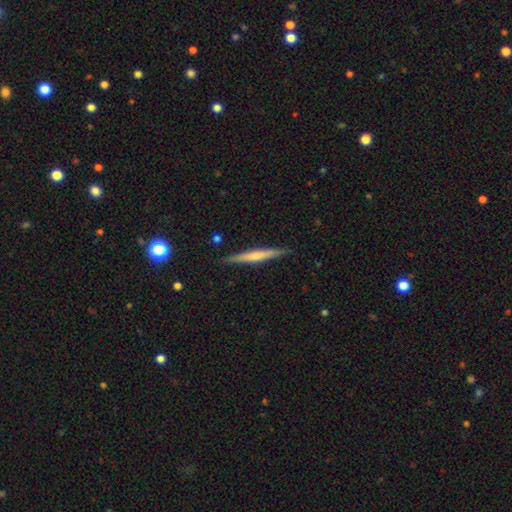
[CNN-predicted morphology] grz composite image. It shows a featured or disk galaxy (51%) viewed edge-on (97%). Merging: none (88%).